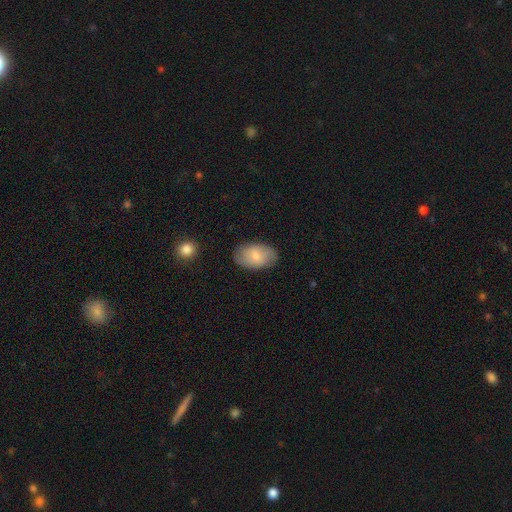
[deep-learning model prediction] This is likely a smooth galaxy (76%). How rounded: clearly in between (92%). Merging: clearly none (82%).